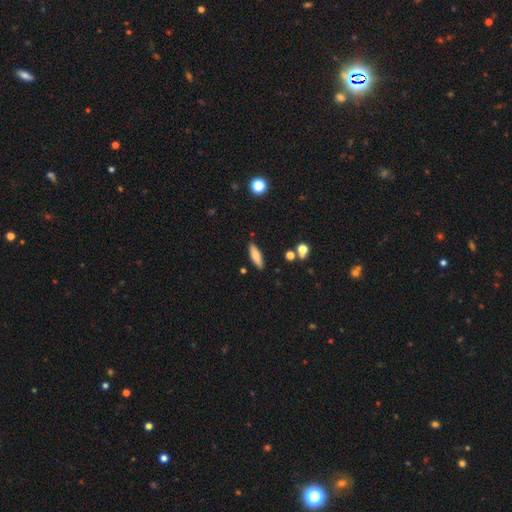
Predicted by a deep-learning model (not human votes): smooth 74%, featured or disk 19%, star or artifact 7%. Down the decision tree: how rounded — in between (49%, tied with cigar-shaped); merging — none (86%).